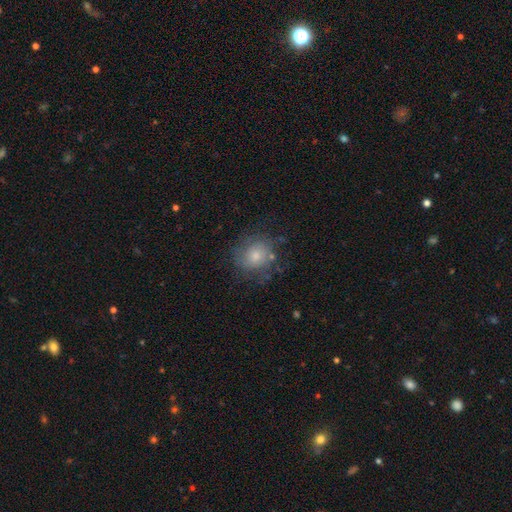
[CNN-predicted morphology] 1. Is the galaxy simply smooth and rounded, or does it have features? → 61% smooth, 30% featured or disk, 10% star or artifact.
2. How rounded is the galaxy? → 82% round, 17% in between, 1% cigar-shaped.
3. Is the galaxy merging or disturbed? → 64% none, 21% minor disturbance, 12% major disturbance, 3% merger.